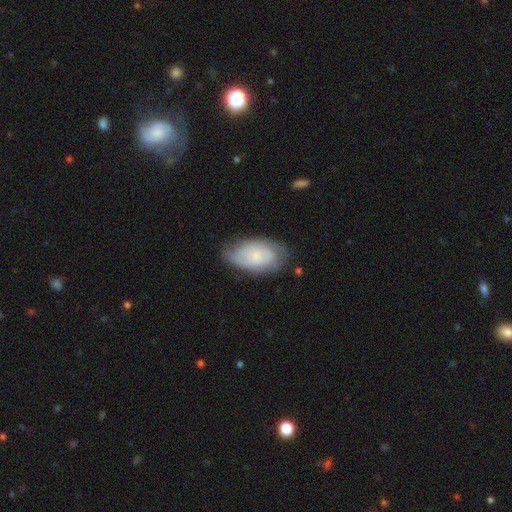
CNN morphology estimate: A smooth galaxy with no disk features (57%) that is in between round and cigar-shaped (93%).

Vote fractions:
- Smooth or featured? smooth: 57% / featured or disk: 35% / star or artifact: 7%
- How rounded? in between: 93% / round: 5% / cigar-shaped: 2%
- Merging? none: 64% / minor disturbance: 27% / major disturbance: 8% / merger: 2%